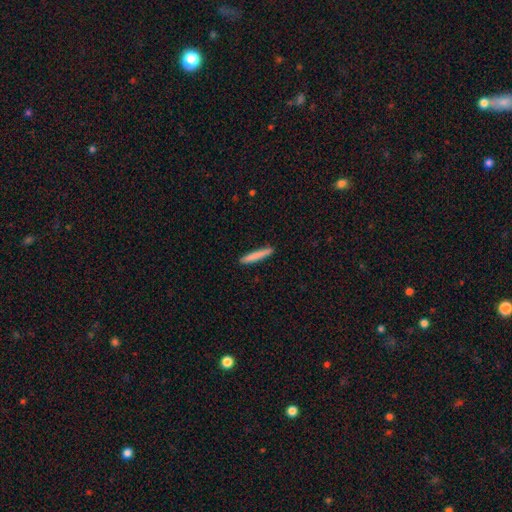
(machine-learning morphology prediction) The model was most divided on "smooth or featured": smooth: 81%, featured or disk: 13%, star or artifact: 6%. More confident: how rounded — cigar-shaped (95%); merging — none (90%).